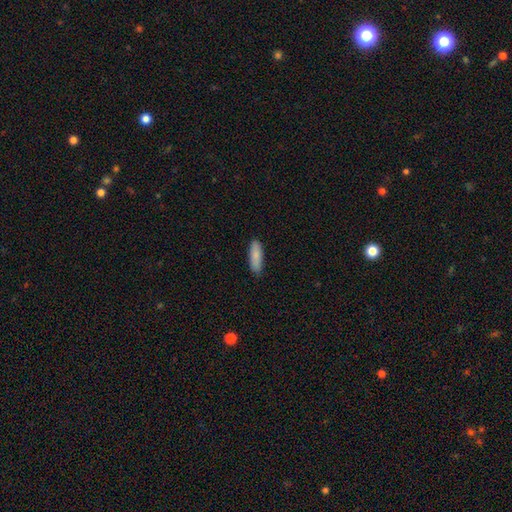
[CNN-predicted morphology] This appears to be a smooth galaxy with no disk features (86%) that is in between round and cigar-shaped (49%, tied with cigar-shaped). Merging: none (86%).